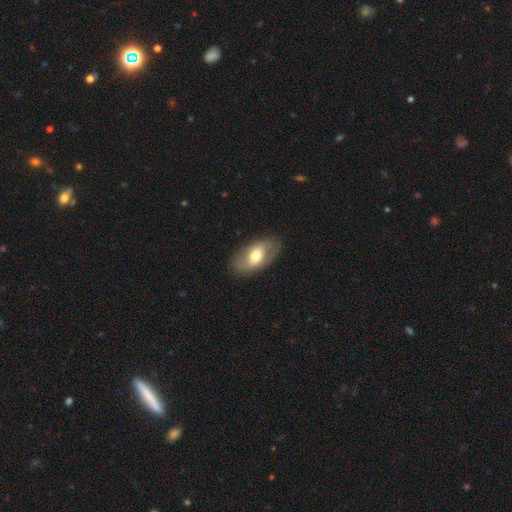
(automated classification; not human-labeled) Smooth or featured?
  - smooth: 53% *
  - featured or disk: 41%
  - star or artifact: 6%
How rounded?
  - in between: 90% *
  - round: 7%
  - cigar-shaped: 3%
Merging?
  - none: 81% *
  - minor disturbance: 13%
  - major disturbance: 5%
  - merger: 1%